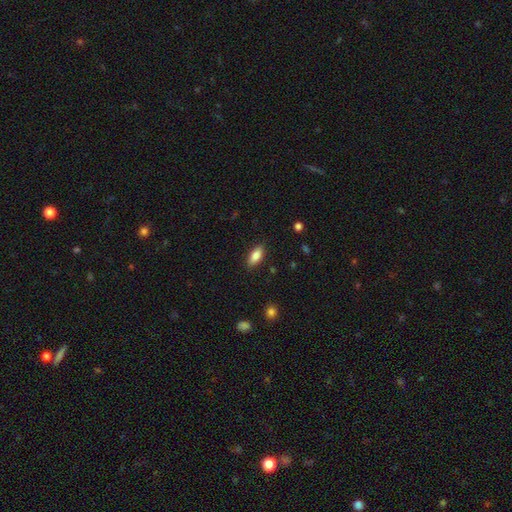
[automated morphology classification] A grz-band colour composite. It shows a smooth galaxy with no disk features (82%) that is in between round and cigar-shaped (82%). Merging: none (87%).